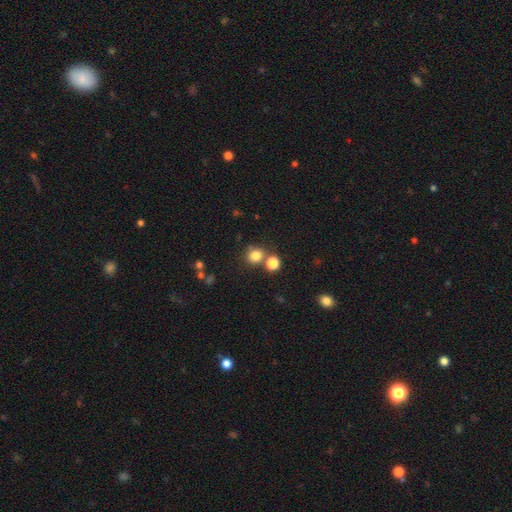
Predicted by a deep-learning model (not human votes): Morphology: type=smooth (80%); roundness=round (84%); merging=none (68%).